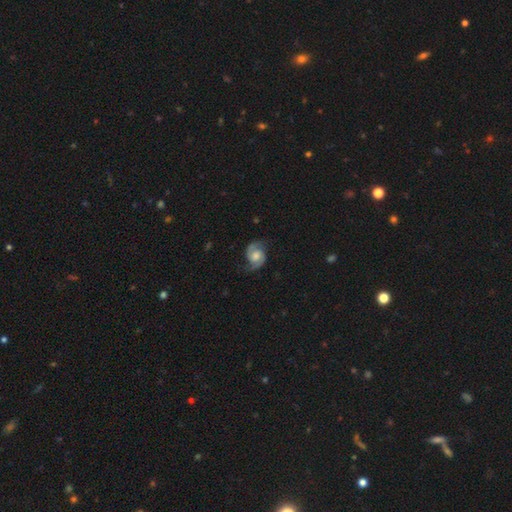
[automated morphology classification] smooth_or_featured: featured or disk (p=0.85) [alt: smooth p=0.09]
disk_edge_on: no (p=0.98) [alt: yes p=0.02]
bar: no (p=0.57) [alt: weak p=0.36]
has_spiral_arms: yes (p=0.97) [alt: no p=0.03]
spiral_winding: medium (p=0.53) [alt: loose p=0.26]
spiral_arm_count: 2 (p=0.93) [alt: can't tell p=0.02]
bulge_size: moderate (p=0.49) [alt: large p=0.21]
merging: none (p=0.77) [alt: minor disturbance p=0.16]